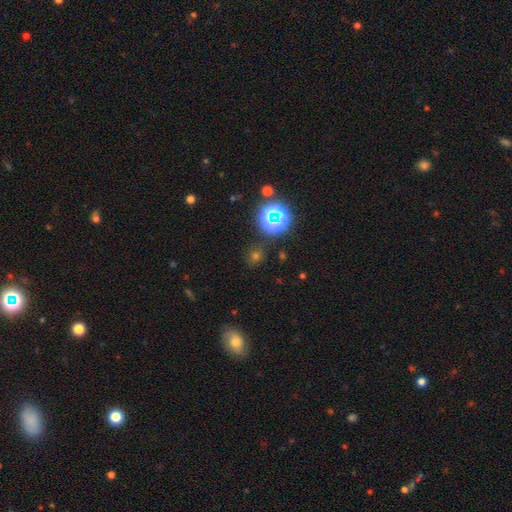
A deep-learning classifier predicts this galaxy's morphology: Smooth or featured: smooth — 49% (star or artifact — 43%)
Merging: none — 84% (minor disturbance — 9%)